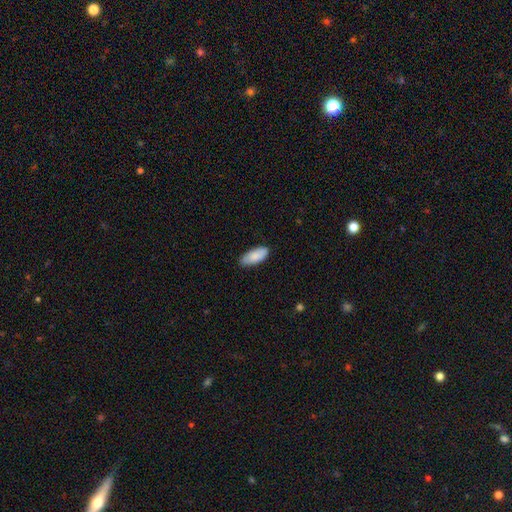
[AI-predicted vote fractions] Smooth or featured: smooth — 86% (featured or disk — 8%)
How rounded: in between — 85% (cigar-shaped — 13%)
Merging: none — 82% (minor disturbance — 14%)